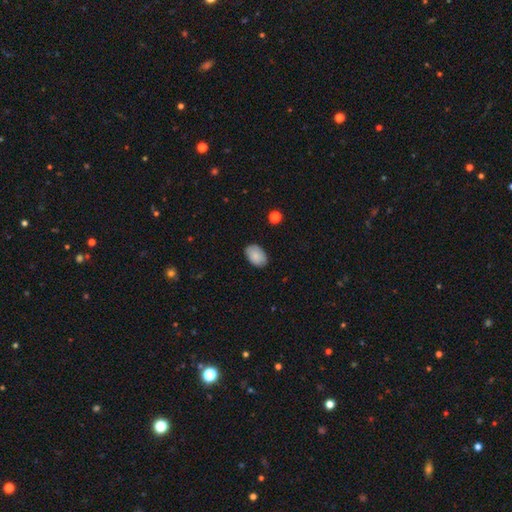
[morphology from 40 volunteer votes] Smooth or featured? smooth (82%)
How rounded? in between (97%)
Merging? none (86%)